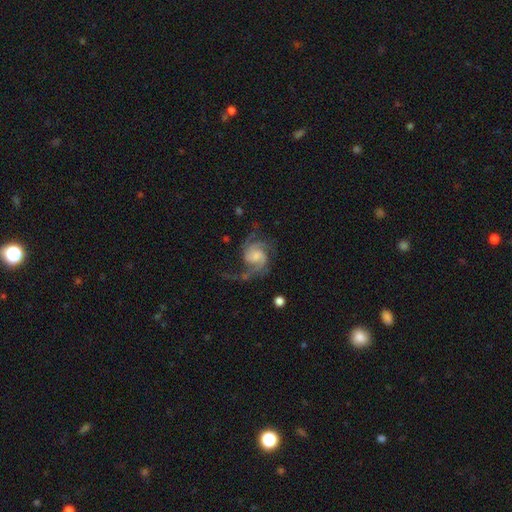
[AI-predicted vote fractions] featured or disk 88%, smooth 7%, star or artifact 5%. Down the decision tree: edge-on disk — no (98%); bar — no (49%); spiral arms — yes (98%); spiral arm count — 2 (40%); spiral winding — medium (50%); bulge size — moderate (37%); merging — none (54%).